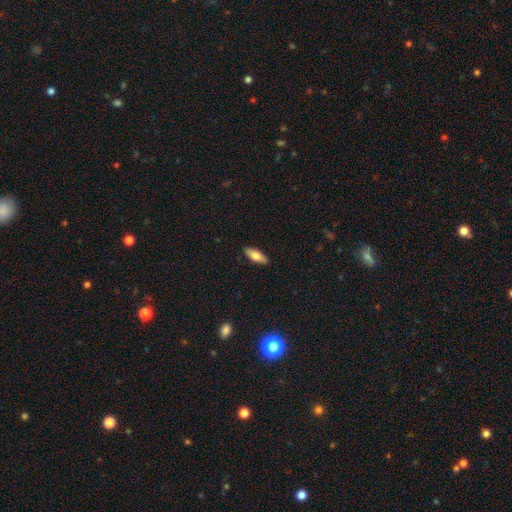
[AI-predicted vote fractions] Smooth or featured: smooth — 69% (featured or disk — 25%)
How rounded: in between — 62% (cigar-shaped — 35%)
Merging: none — 90% (minor disturbance — 8%)